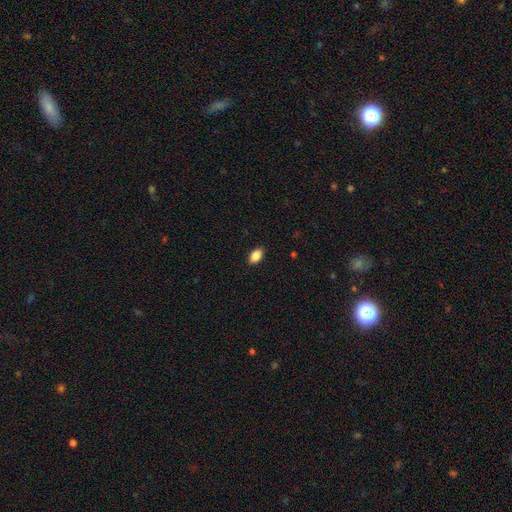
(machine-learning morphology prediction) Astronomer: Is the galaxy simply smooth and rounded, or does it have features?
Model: smooth — 87%.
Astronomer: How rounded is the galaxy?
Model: in between — 91%.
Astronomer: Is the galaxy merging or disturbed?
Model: none — 89%.